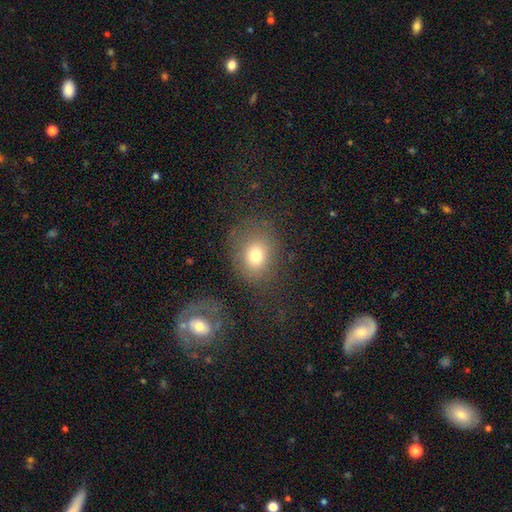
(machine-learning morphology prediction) smooth-or-featured: smooth: 73% | featured or disk: 15% | star or artifact: 13%
  how-rounded: round: 53% | in between: 46% | cigar-shaped: 1%
  merging: none: 65% | minor disturbance: 17% | major disturbance: 15% | merger: 4%